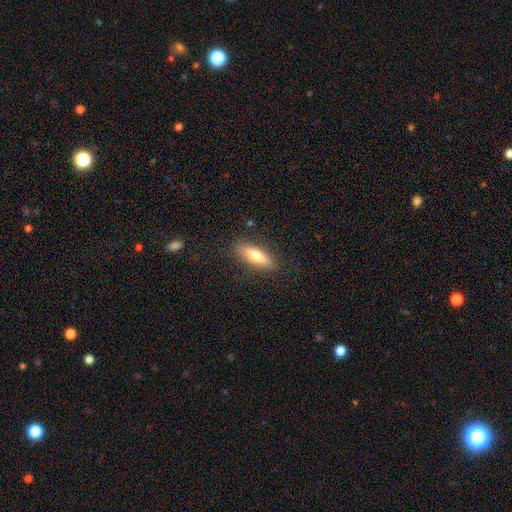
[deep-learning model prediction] smooth_or_featured: smooth (p=0.70) [alt: featured or disk p=0.24]
how_rounded: in between (p=0.49) [alt: cigar-shaped p=0.48]
merging: none (p=0.85) [alt: minor disturbance p=0.11]